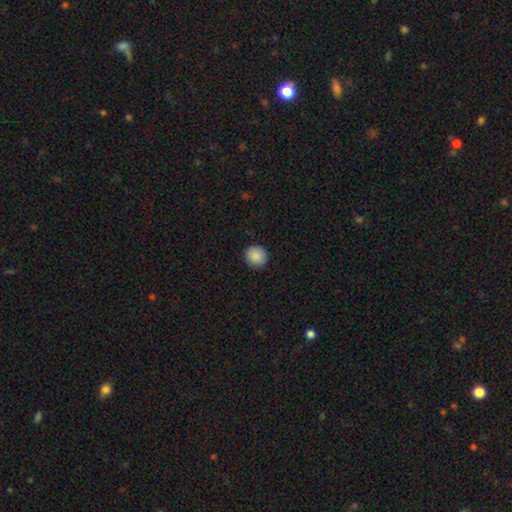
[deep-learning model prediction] Morphology: type=smooth (89%); roundness=round (92%); merging=none (91%).